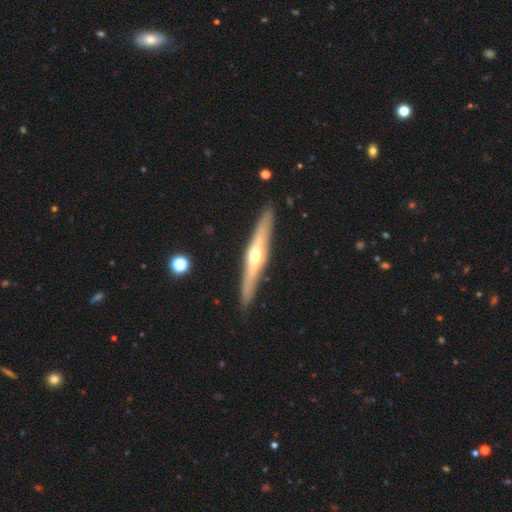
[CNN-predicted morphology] Overall: featured or disk (72%). Edge-on disk: yes (96%). Edge-on bulge: rounded (89%). Merging: none (90%).